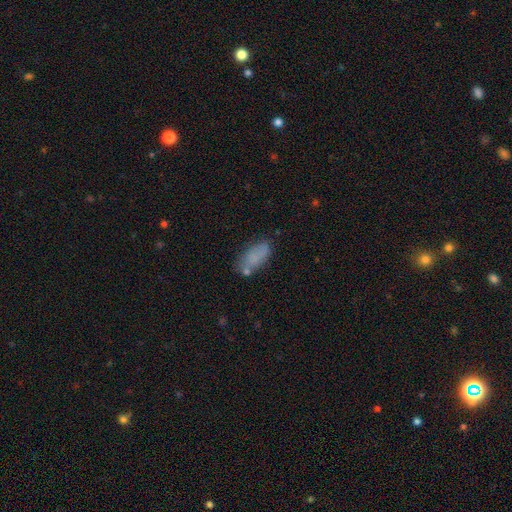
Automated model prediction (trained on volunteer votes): smooth-or-featured: smooth: 77% | featured or disk: 14% | star or artifact: 9%
  how-rounded: in between: 86% | cigar-shaped: 11% | round: 3%
  merging: none: 59% | minor disturbance: 22% | merger: 11% | major disturbance: 8%